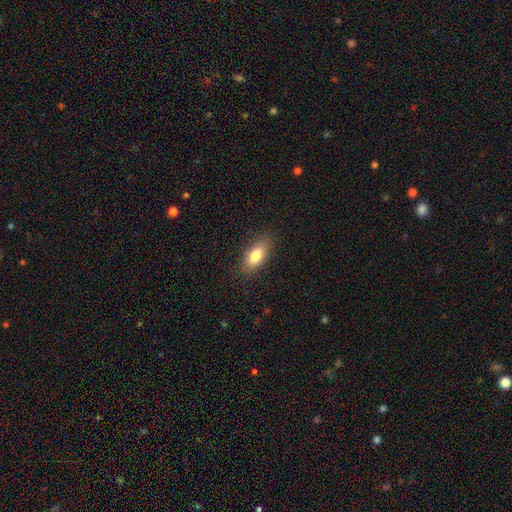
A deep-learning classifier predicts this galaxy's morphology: Overall: smooth (79%). How rounded: in between (84%). Merging: none (84%).